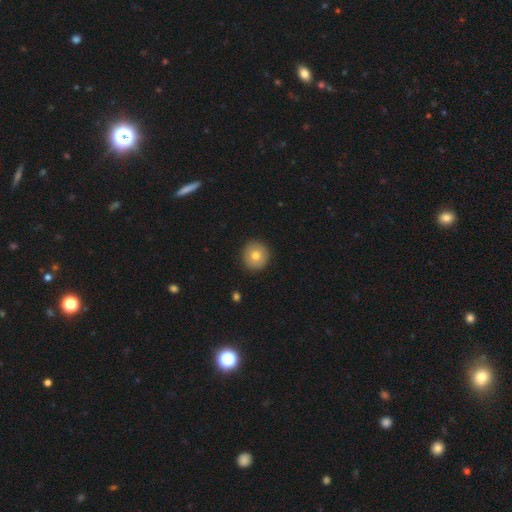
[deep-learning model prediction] The model was most divided on "smooth or featured": smooth: 76%, featured or disk: 15%, star or artifact: 9%. More confident: how rounded — round (94%); merging — none (92%).